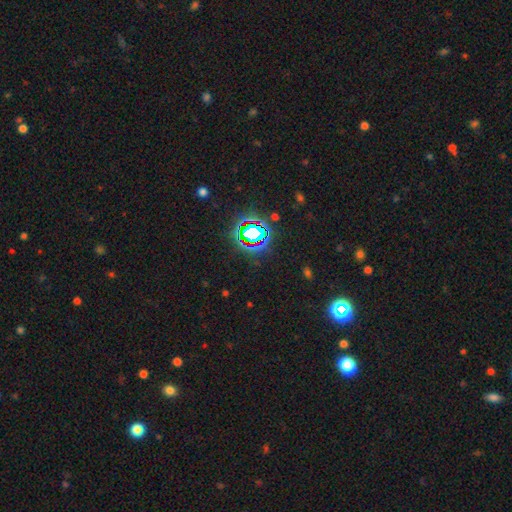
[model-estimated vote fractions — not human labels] smooth_or_featured: star or artifact (p=0.81) [alt: smooth p=0.12]